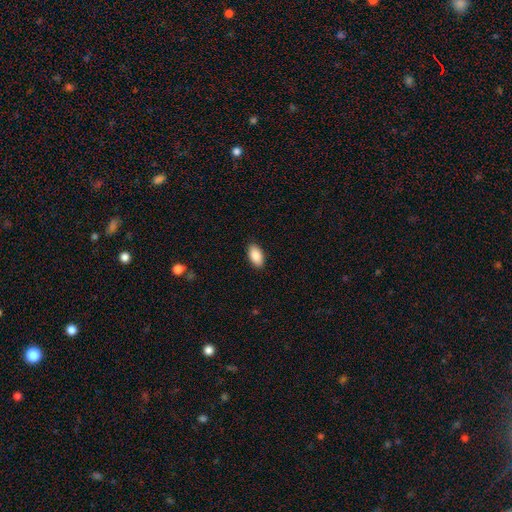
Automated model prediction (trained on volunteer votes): Smooth or featured?
  - smooth: 89% *
  - star or artifact: 6%
  - featured or disk: 4%
How rounded?
  - in between: 94% *
  - round: 3%
  - cigar-shaped: 3%
Merging?
  - none: 89% *
  - minor disturbance: 8%
  - major disturbance: 2%
  - merger: 1%